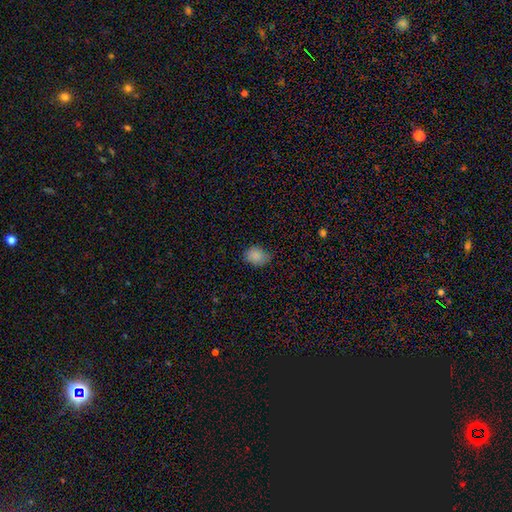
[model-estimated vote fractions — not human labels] A smooth galaxy with no disk features (86%) that is in between round and cigar-shaped (56%). Merging: none (70%).